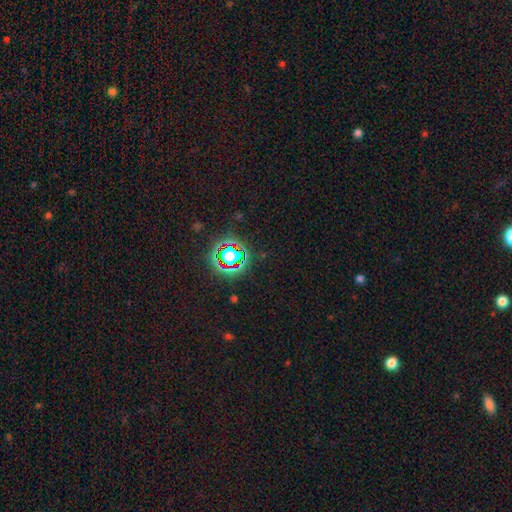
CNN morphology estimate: Q: Smooth or featured?
A: star or artifact (79%); runner-up: smooth (14%)